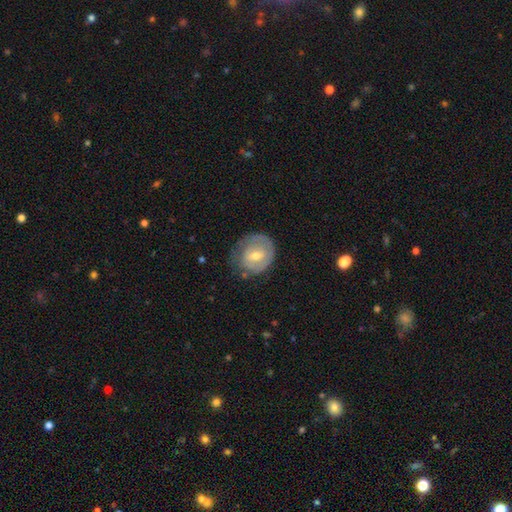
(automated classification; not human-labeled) A featured or disk galaxy (52%).

Vote fractions:
- Smooth or featured? featured or disk: 52% / smooth: 42% / star or artifact: 6%
- Edge-on disk? no: 96% / yes: 4%
- Merging? none: 57% / minor disturbance: 29% / major disturbance: 13% / merger: 2%